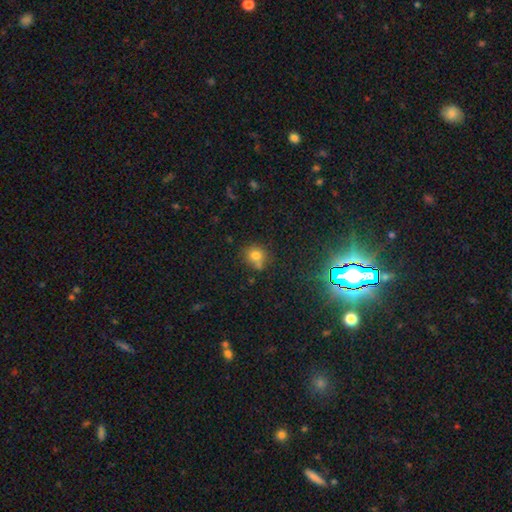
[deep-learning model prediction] Overall: smooth (74%). How rounded: round (77%). Merging: none (58%; minor disturbance 19%).